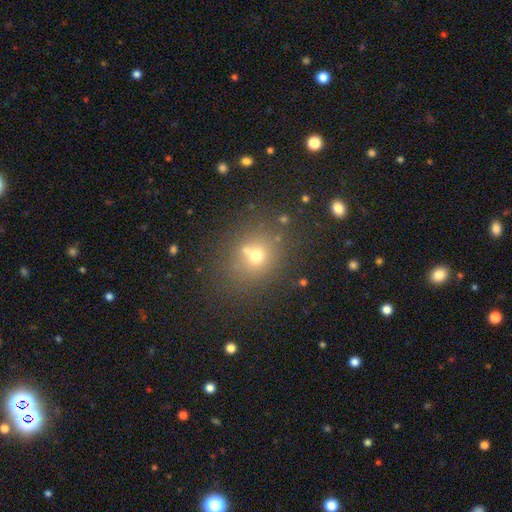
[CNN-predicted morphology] The model was most divided on "smooth or featured": smooth: 61%, star or artifact: 22%, featured or disk: 17%. More confident: how rounded — round (73%); merging — none (62%).